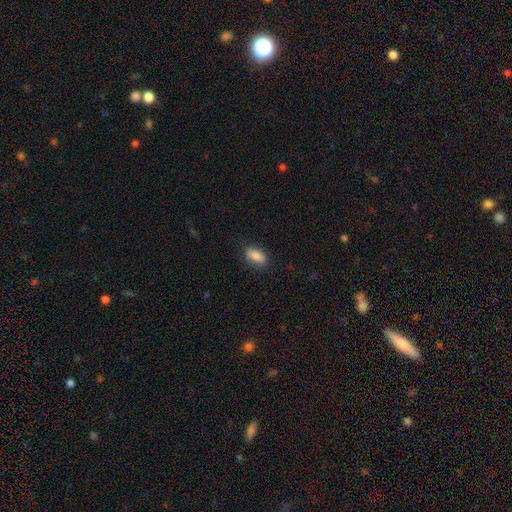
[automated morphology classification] This is clearly a smooth galaxy (83%). How rounded: clearly in between (87%). Merging: clearly none (82%).